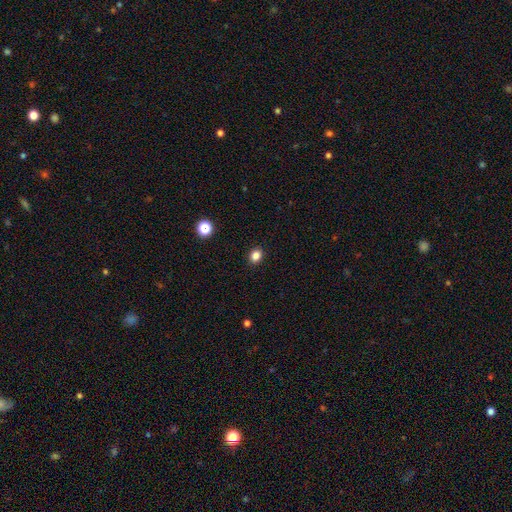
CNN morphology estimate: Smooth or featured? smooth (84%)
How rounded? round (63%)
Merging? none (91%)